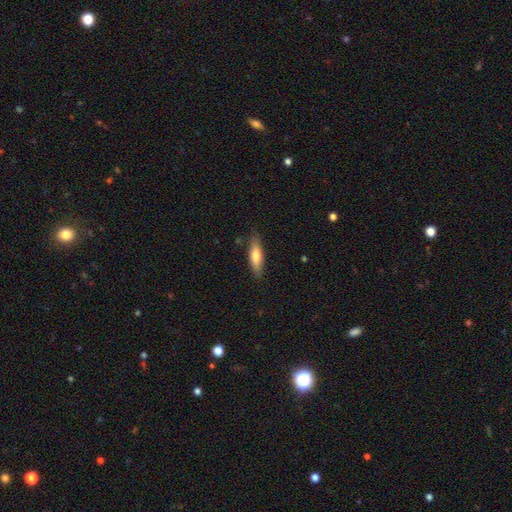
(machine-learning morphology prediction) A smooth galaxy with no disk features (70%) that is cigar-shaped (59%). Merging: none (82%).